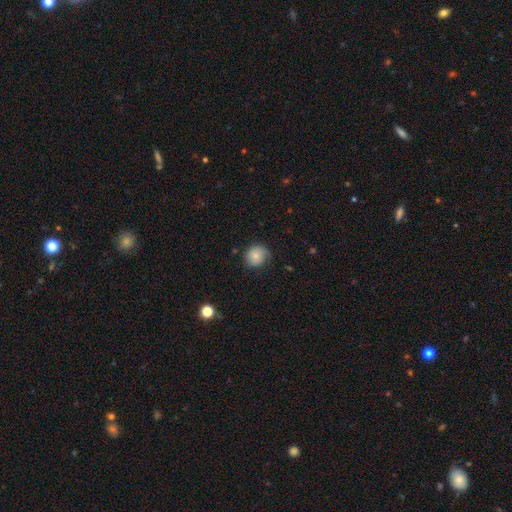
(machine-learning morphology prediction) Smooth or featured? smooth (75%)
How rounded? round (84%)
Merging? none (70%)